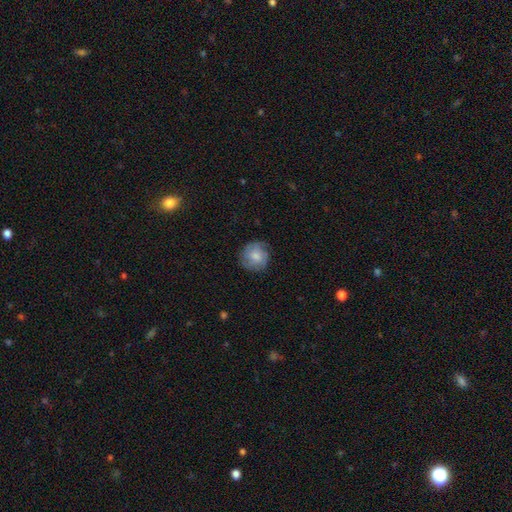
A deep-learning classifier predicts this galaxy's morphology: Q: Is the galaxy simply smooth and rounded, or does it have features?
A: smooth — 61%.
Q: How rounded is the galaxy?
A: round — 88%.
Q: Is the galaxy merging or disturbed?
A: none — 76%.